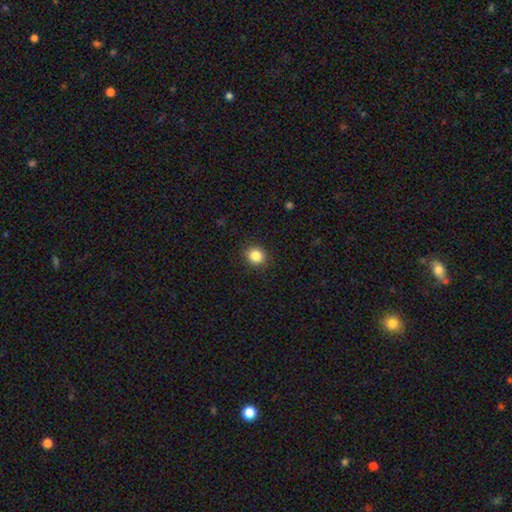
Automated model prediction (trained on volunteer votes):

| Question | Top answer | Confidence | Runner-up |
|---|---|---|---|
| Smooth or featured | smooth | 85% | star or artifact (10%) |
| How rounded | round | 79% | in between (20%) |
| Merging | none | 90% | minor disturbance (6%) |